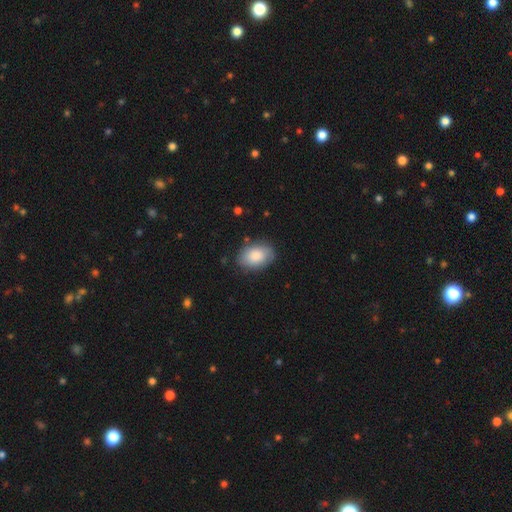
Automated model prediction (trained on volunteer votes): smooth-or-featured: smooth: 83% | featured or disk: 11% | star or artifact: 6%
  how-rounded: in between: 85% | round: 14% | cigar-shaped: 1%
  merging: none: 81% | minor disturbance: 14% | major disturbance: 3% | merger: 1%